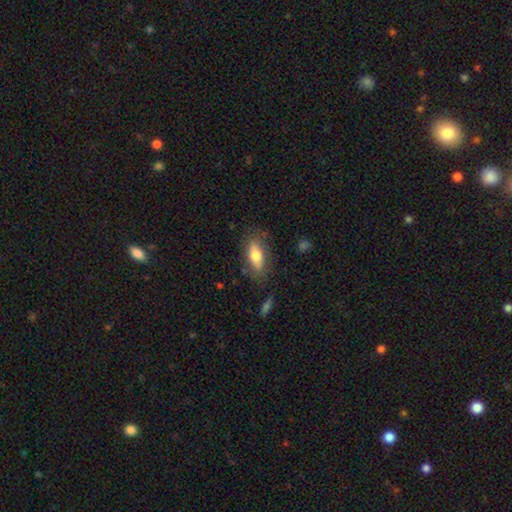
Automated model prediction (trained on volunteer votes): Smooth or featured: smooth — 70% (featured or disk — 24%)
How rounded: in between — 77% (cigar-shaped — 20%)
Merging: none — 77% (minor disturbance — 16%)